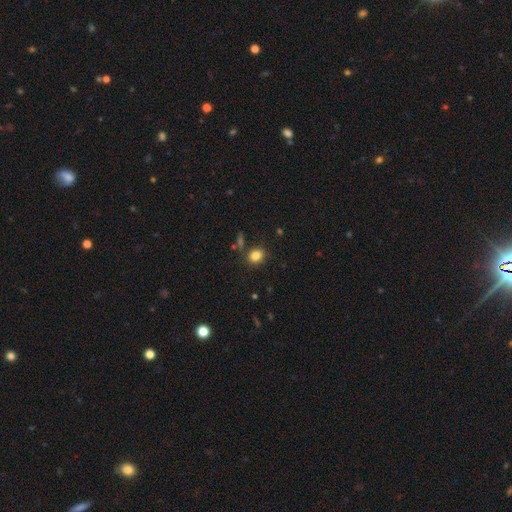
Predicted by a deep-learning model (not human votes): Smooth or featured? Predicted: smooth (p=0.83). How rounded? Predicted: round (p=0.57). Merging? Predicted: none (p=0.83).